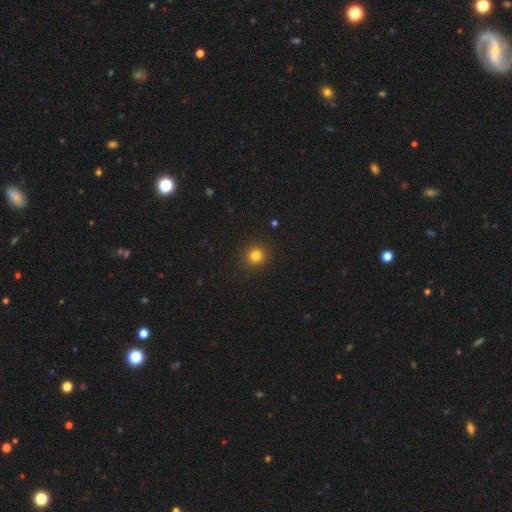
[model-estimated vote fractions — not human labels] smooth-or-featured: smooth: 81% | star or artifact: 14% | featured or disk: 5%
  how-rounded: round: 93% | in between: 6% | cigar-shaped: 1%
  merging: none: 92% | minor disturbance: 5% | major disturbance: 2% | merger: 1%